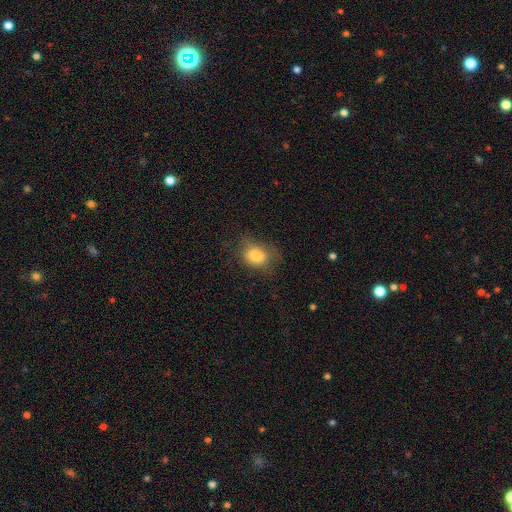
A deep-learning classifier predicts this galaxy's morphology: Smooth or featured: smooth — 80% (featured or disk — 10%)
How rounded: in between — 64% (round — 35%)
Merging: none — 64% (minor disturbance — 24%)